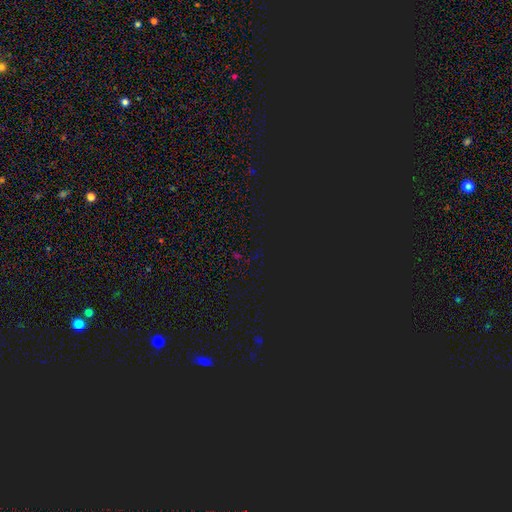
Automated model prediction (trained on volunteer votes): Smooth or featured: star or artifact — 80% (smooth — 14%)